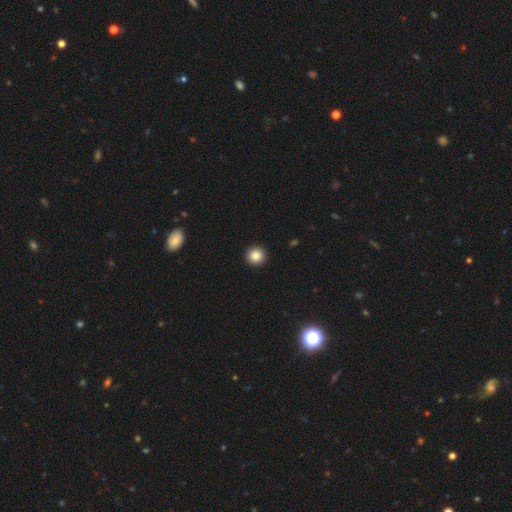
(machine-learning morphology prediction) This appears to be a smooth galaxy with no disk features (87%) that is round (96%). Merging: none (94%).